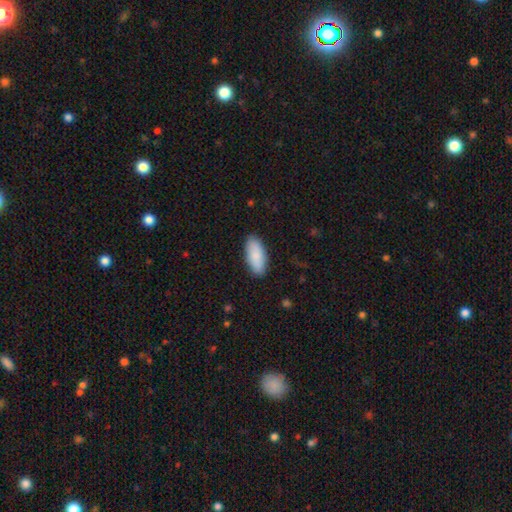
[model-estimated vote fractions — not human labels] smooth_or_featured: smooth (p=0.88) [alt: featured or disk p=0.06]
how_rounded: in between (p=0.90) [alt: cigar-shaped p=0.08]
merging: none (p=0.88) [alt: minor disturbance p=0.09]